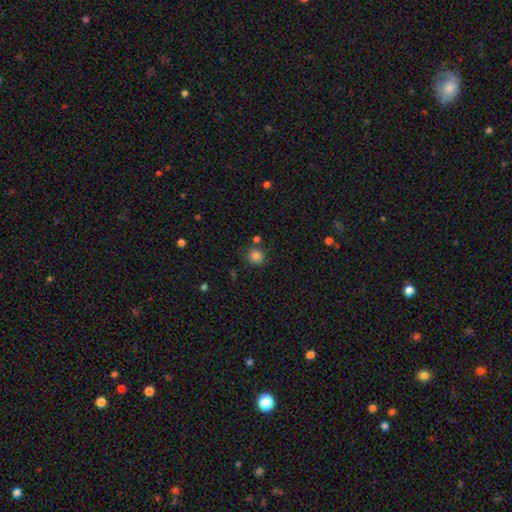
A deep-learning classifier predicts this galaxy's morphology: Smooth or featured? smooth (82%)
How rounded? round (81%)
Merging? none (70%)